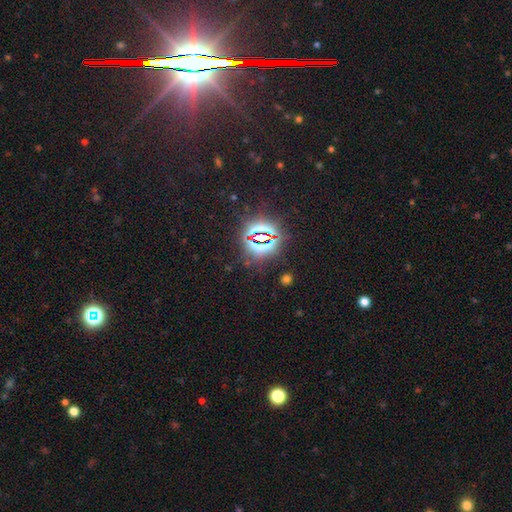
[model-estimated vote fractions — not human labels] Smooth or featured?
  - star or artifact: 82% *
  - smooth: 10%
  - featured or disk: 8%